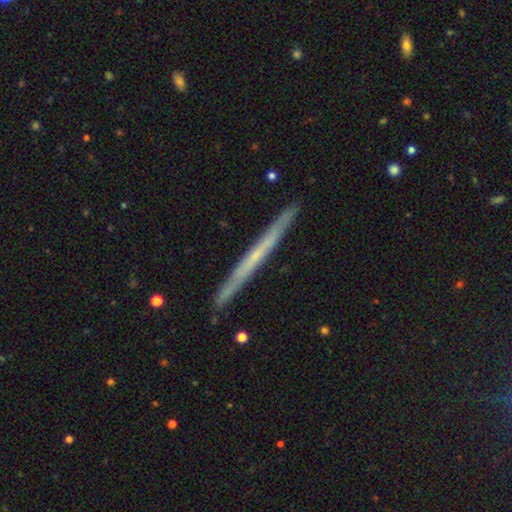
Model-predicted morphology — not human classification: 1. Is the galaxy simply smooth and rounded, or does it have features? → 61% featured or disk, 32% smooth, 6% star or artifact.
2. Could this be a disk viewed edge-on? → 97% yes, 3% no.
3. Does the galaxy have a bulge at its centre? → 82% none, 15% rounded, 3% boxy.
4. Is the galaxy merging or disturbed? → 91% none, 7% minor disturbance, 1% major disturbance, 1% merger.